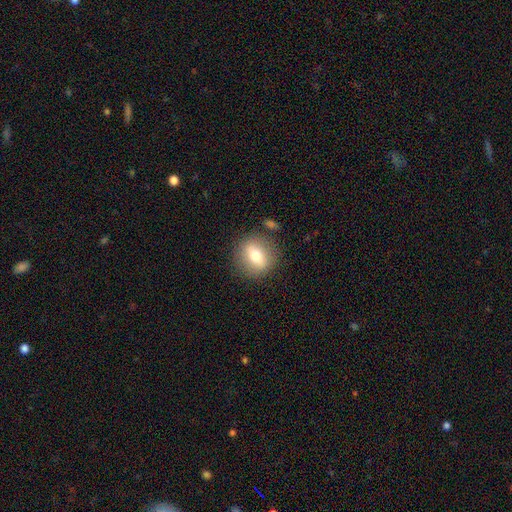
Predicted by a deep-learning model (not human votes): Q: Smooth or featured?
A: smooth (64%); runner-up: featured or disk (27%)
Q: How rounded?
A: round (74%); runner-up: in between (24%)
Q: Merging?
A: none (84%); runner-up: minor disturbance (9%)